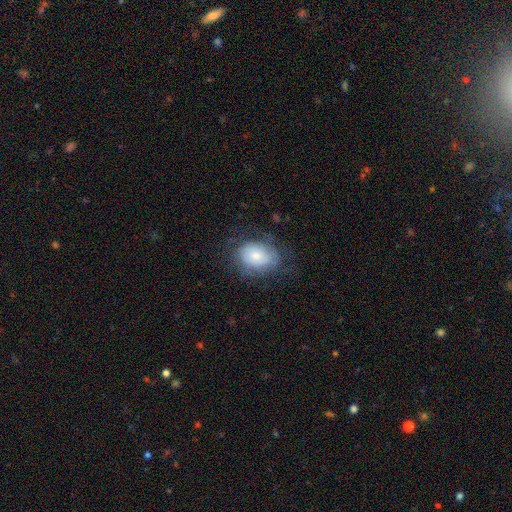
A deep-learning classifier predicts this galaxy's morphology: Q: Smooth or featured?
A: smooth (59%); runner-up: featured or disk (32%)
Q: How rounded?
A: in between (72%); runner-up: round (27%)
Q: Merging?
A: none (66%); runner-up: minor disturbance (21%)